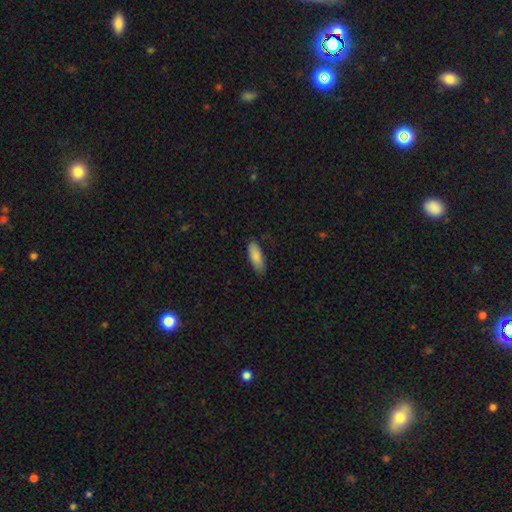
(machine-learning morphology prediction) This appears to be a smooth galaxy with no disk features (86%) that is in between round and cigar-shaped (73%). Merging: none (78%).